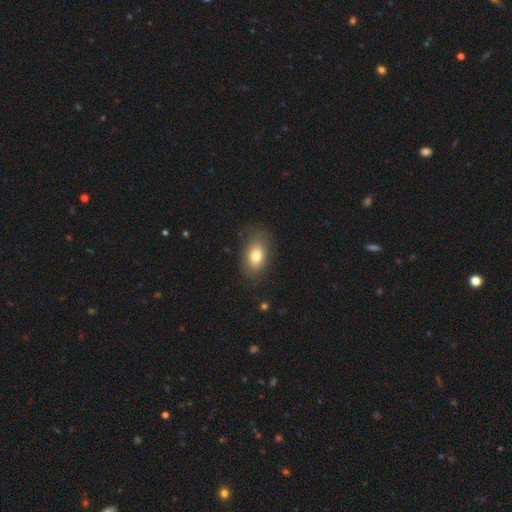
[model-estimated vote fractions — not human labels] Smooth or featured?
  - smooth: 77% *
  - featured or disk: 14%
  - star or artifact: 9%
How rounded?
  - in between: 85% *
  - round: 13%
  - cigar-shaped: 2%
Merging?
  - none: 81% *
  - minor disturbance: 14%
  - major disturbance: 4%
  - merger: 1%